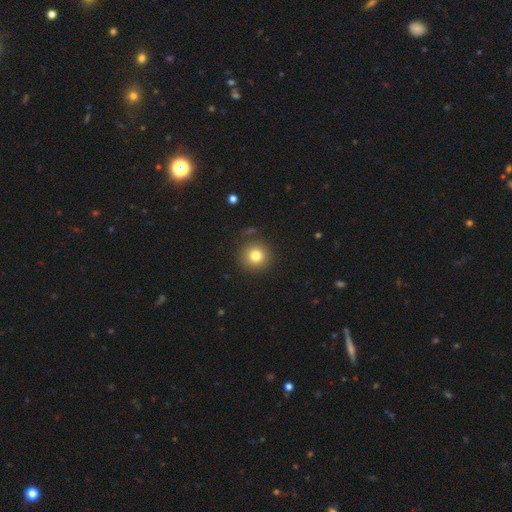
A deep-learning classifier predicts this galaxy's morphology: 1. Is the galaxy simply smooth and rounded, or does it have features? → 80% smooth, 12% star or artifact, 8% featured or disk.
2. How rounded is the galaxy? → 94% round, 5% in between, 1% cigar-shaped.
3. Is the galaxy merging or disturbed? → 86% none, 8% minor disturbance, 3% major disturbance, 3% merger.